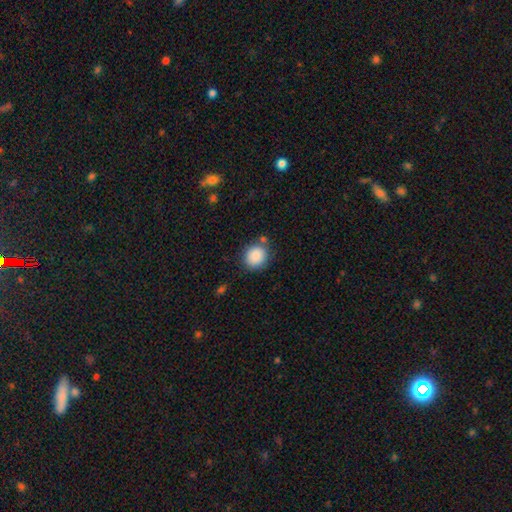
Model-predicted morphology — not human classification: A smooth galaxy with no disk features (87%) that is round (81%). Merging: none (77%).